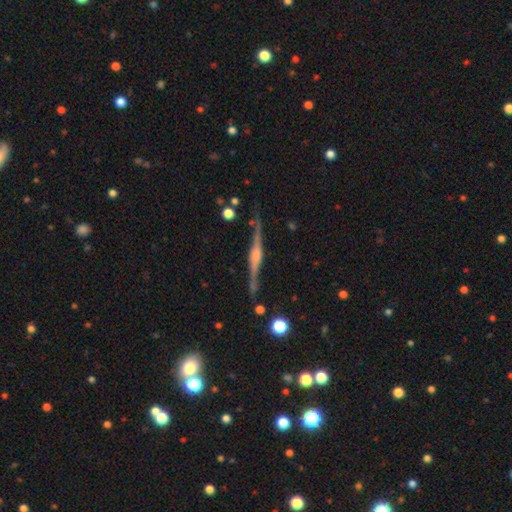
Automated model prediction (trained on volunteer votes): A featured or disk galaxy (85%) viewed edge-on (97%) with a rounded central bulge (68%). Merging: none (84%).